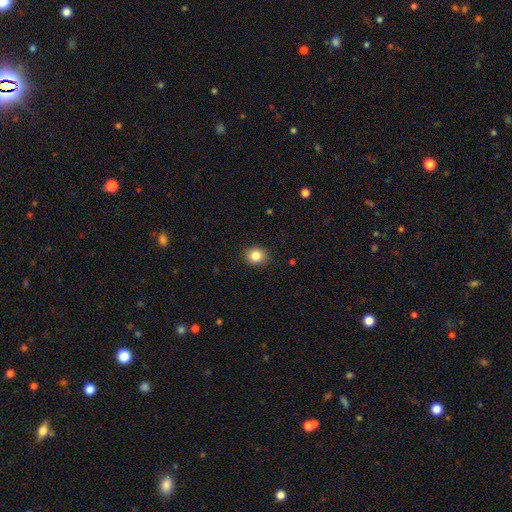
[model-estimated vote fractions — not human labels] smooth_or_featured: smooth (p=0.85) [alt: star or artifact p=0.10]
how_rounded: round (p=0.79) [alt: in between p=0.20]
merging: none (p=0.89) [alt: minor disturbance p=0.08]